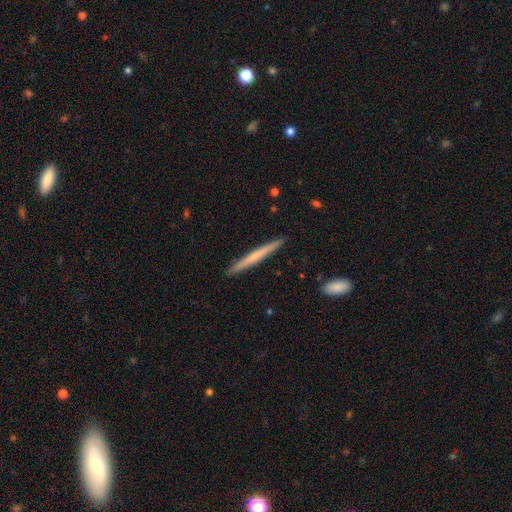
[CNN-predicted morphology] Q: Smooth or featured?
A: featured or disk (47%); tied with: smooth (47%)
Q: Merging?
A: none (92%); runner-up: minor disturbance (6%)